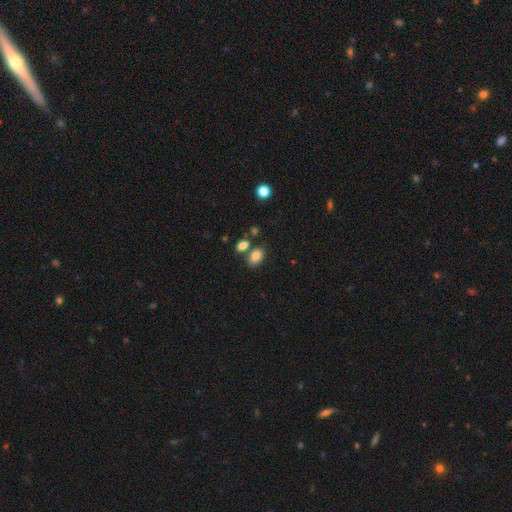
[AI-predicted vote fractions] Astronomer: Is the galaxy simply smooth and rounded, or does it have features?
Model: smooth — 84%.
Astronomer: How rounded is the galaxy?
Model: in between — 85%.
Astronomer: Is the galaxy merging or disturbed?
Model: none — 66%.